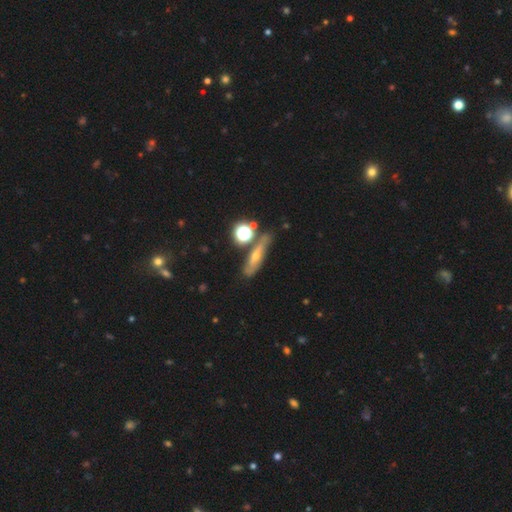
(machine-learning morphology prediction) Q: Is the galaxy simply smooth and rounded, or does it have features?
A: featured or disk — 44%.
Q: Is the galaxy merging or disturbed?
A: none — 65%.